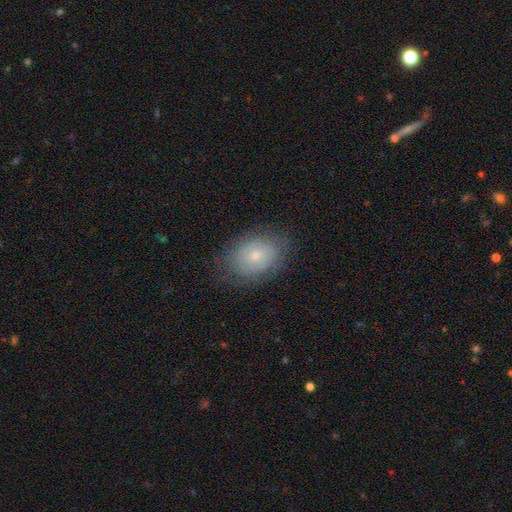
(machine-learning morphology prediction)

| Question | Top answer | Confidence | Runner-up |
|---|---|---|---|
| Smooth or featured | smooth | 59% | featured or disk (32%) |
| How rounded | in between | 73% | round (26%) |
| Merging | none | 77% | minor disturbance (16%) |